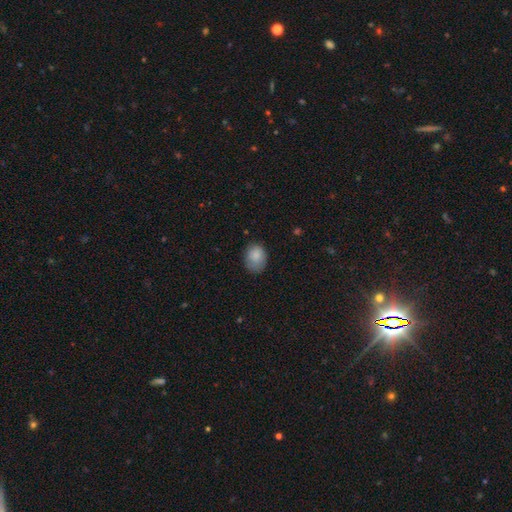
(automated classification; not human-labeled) Smooth or featured? Predicted: smooth (p=0.86). How rounded? Predicted: in between (p=0.60). Merging? Predicted: none (p=0.67).